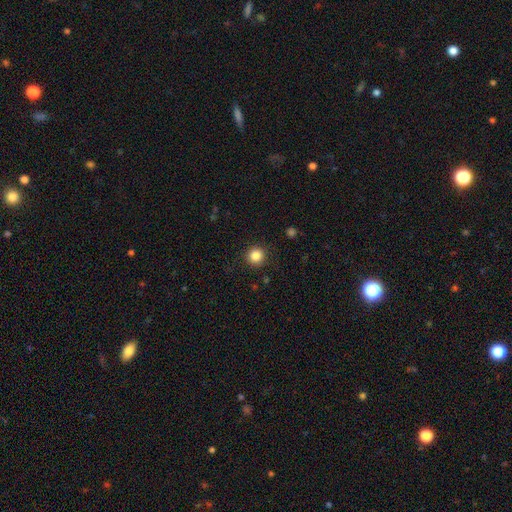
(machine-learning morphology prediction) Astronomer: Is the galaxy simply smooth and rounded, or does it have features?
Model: smooth — 84%.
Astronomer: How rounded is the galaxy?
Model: round — 94%.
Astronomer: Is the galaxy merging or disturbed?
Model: none — 91%.